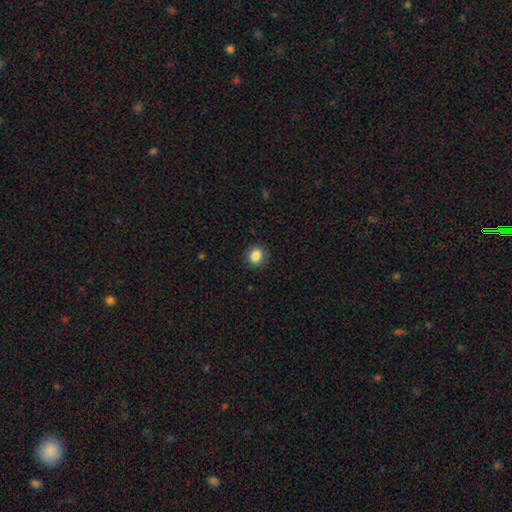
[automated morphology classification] The model was most divided on "how rounded": round: 76%, in between: 23%, cigar-shaped: 1%. More confident: merging — none (89%); smooth or featured — smooth (86%).